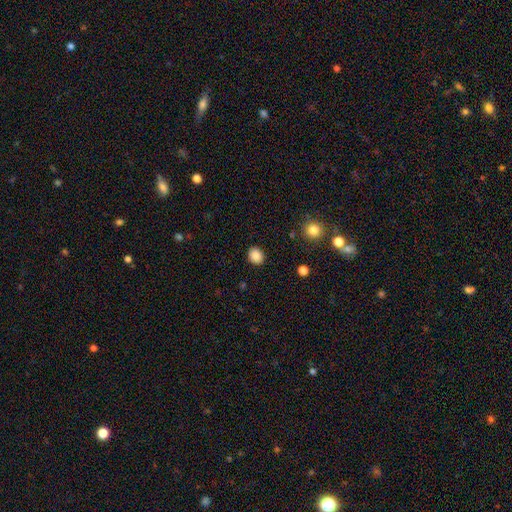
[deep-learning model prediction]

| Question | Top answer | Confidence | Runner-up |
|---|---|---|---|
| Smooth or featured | smooth | 87% | star or artifact (10%) |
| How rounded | round | 59% | in between (40%) |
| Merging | none | 89% | minor disturbance (7%) |